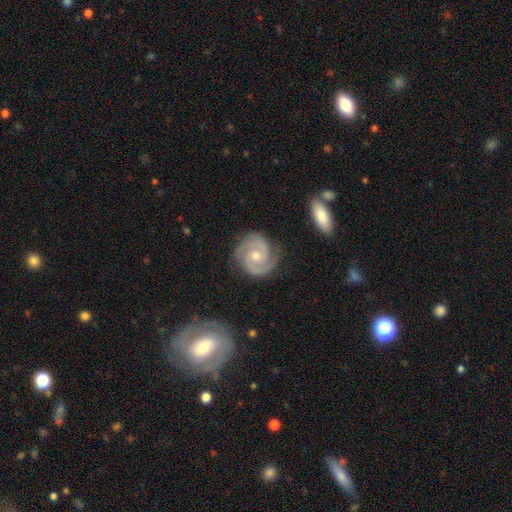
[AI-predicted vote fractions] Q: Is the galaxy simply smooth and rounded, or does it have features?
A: featured or disk — 89%.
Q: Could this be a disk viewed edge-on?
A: no — 98%.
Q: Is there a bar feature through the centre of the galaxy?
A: no — 65%.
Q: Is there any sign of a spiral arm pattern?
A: yes — 98%.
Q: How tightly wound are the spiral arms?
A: tight — 57%.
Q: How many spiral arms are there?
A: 2 — 86%.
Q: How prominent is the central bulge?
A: moderate — 55%.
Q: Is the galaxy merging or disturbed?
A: none — 82%.